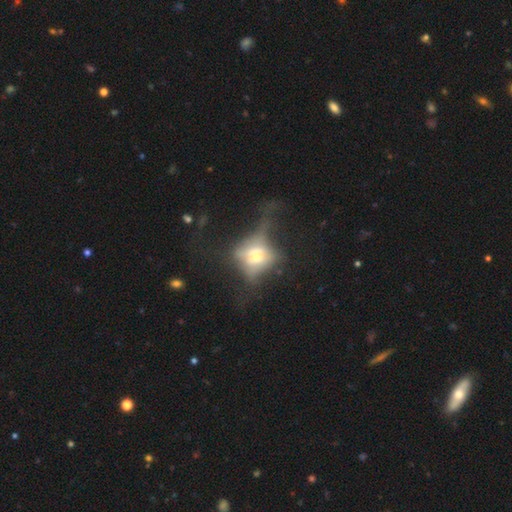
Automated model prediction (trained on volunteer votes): Smooth or featured: featured or disk — 53% (smooth — 34%)
Edge-on disk: yes — 59% (no — 41%)
Merging: major disturbance — 39% (none — 36%)